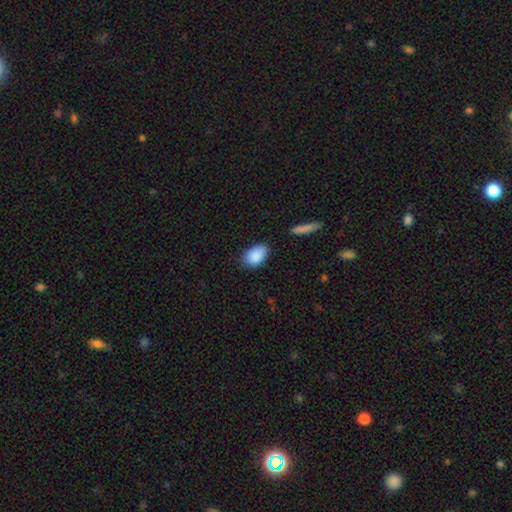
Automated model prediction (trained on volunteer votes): This appears to be a smooth galaxy with no disk features (88%) that is in between round and cigar-shaped (86%). Merging: none (73%).